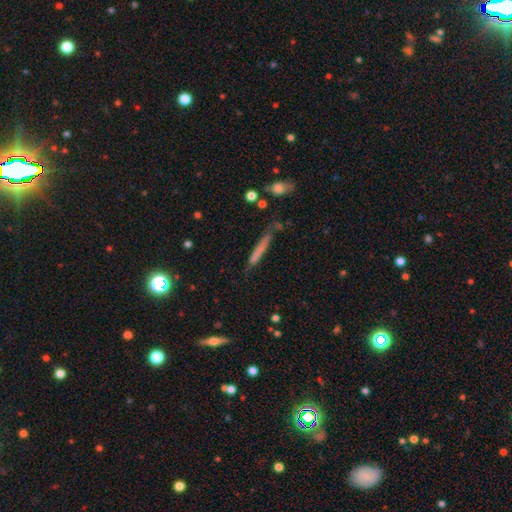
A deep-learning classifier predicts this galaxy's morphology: This is marginally a featured or disk galaxy (37%). Merging: likely none (68%).